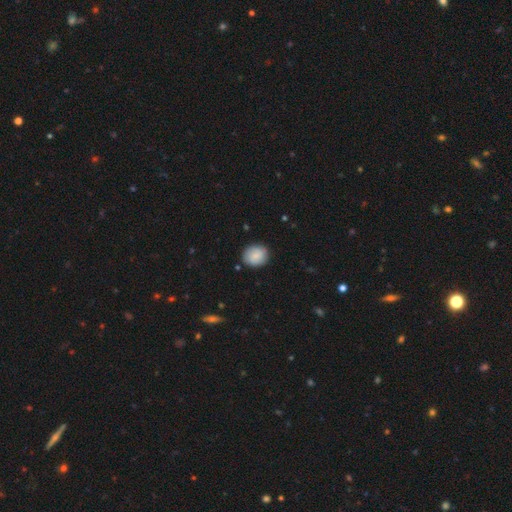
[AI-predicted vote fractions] smooth 79%, featured or disk 14%, star or artifact 7%. Down the decision tree: how rounded — round (72%); merging — none (84%).